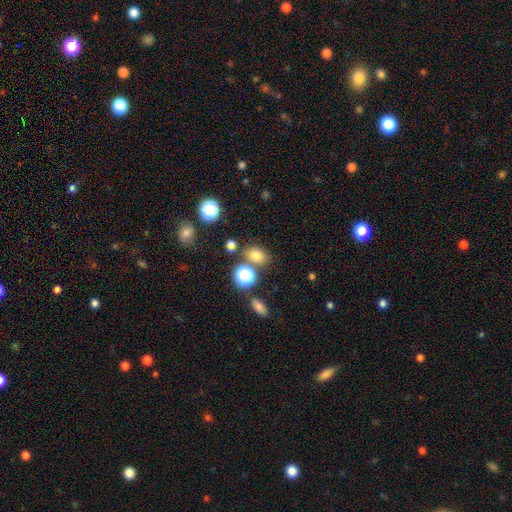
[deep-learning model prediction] Smooth or featured? smooth (74%)
How rounded? in between (64%)
Merging? none (70%)